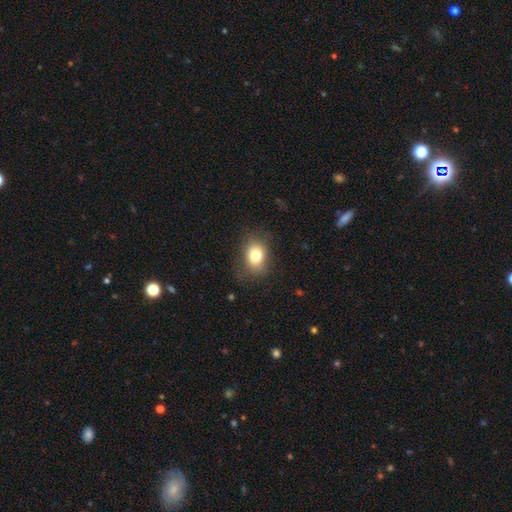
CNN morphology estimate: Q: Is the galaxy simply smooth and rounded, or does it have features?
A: smooth — 78%.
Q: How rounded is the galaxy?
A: in between — 60%.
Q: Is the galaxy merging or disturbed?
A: none — 76%.